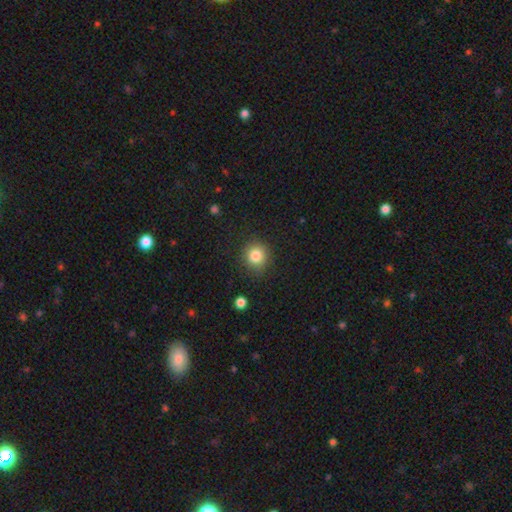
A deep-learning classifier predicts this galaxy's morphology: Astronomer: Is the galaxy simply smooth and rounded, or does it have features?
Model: smooth — 83%.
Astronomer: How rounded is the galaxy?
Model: round — 88%.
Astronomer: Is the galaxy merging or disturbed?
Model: none — 86%.